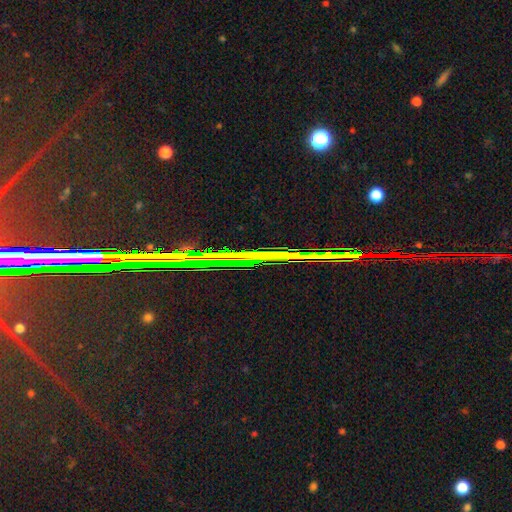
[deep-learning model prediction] Smooth or featured: star or artifact — 82% (featured or disk — 11%)